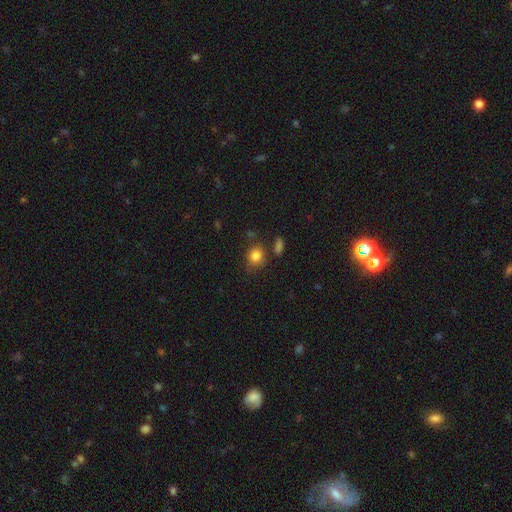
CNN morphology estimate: Q: Smooth or featured?
A: smooth (84%); runner-up: star or artifact (10%)
Q: How rounded?
A: round (74%); runner-up: in between (24%)
Q: Merging?
A: none (72%); runner-up: minor disturbance (15%)